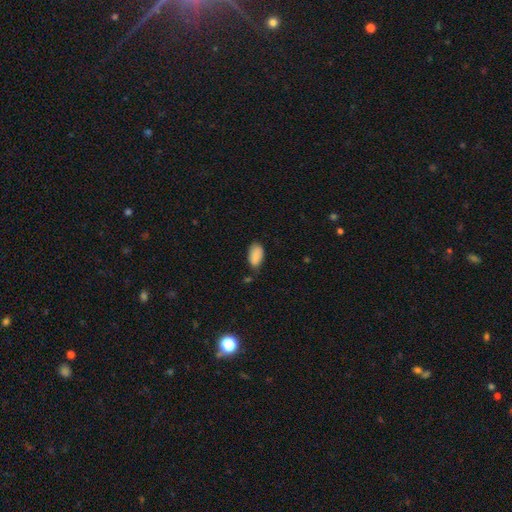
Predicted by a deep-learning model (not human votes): smooth-or-featured: smooth: 88% | star or artifact: 7% | featured or disk: 4%
  how-rounded: in between: 94% | round: 4% | cigar-shaped: 2%
  merging: none: 66% | minor disturbance: 26% | major disturbance: 4% | merger: 3%